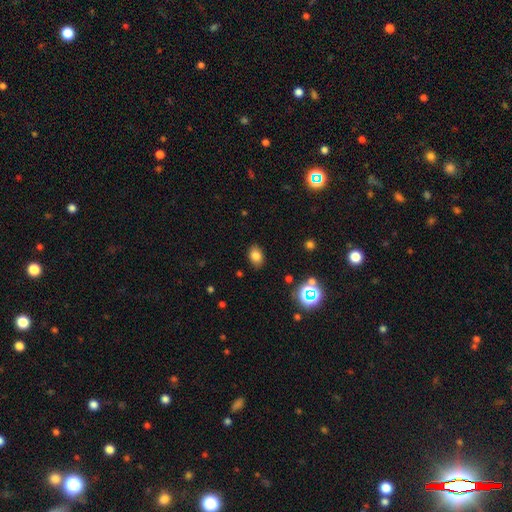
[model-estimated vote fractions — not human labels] Smooth or featured: smooth — 79% (star or artifact — 14%)
How rounded: in between — 78% (round — 21%)
Merging: none — 85% (minor disturbance — 11%)